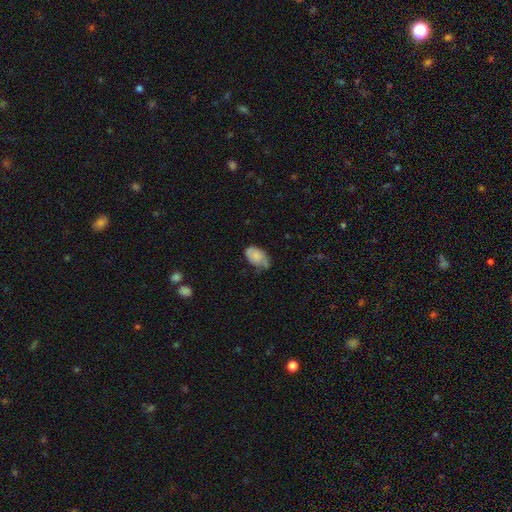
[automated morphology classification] A smooth galaxy with no disk features (70%) that is in between round and cigar-shaped (90%). Merging: none (42%).